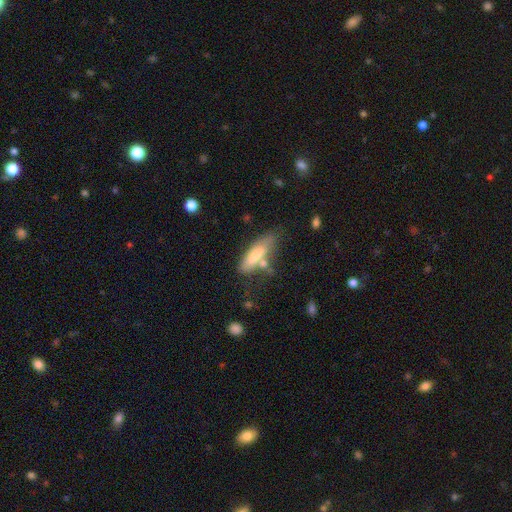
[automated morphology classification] Overall: smooth (73%). How rounded: cigar-shaped (50%; in between 48%). Merging: none (52%; minor disturbance 22%).